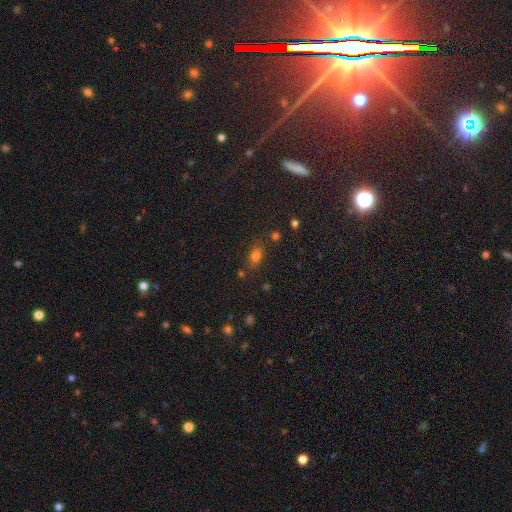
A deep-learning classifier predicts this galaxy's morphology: The model was most divided on "how rounded": in between: 69%, round: 28%, cigar-shaped: 3%. More confident: merging — none (75%); smooth or featured — smooth (75%).